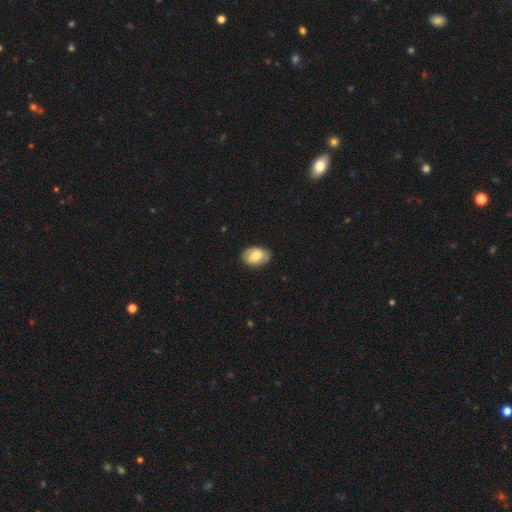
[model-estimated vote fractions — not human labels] Overall: smooth (64%; featured or disk 28%). How rounded: in between (78%). Merging: none (74%).